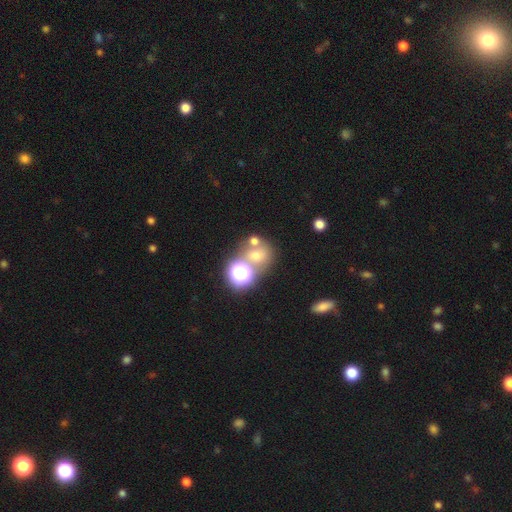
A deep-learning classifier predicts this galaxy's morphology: A smooth galaxy with no disk features (52%) that is round (73%). Merging: none (49%).